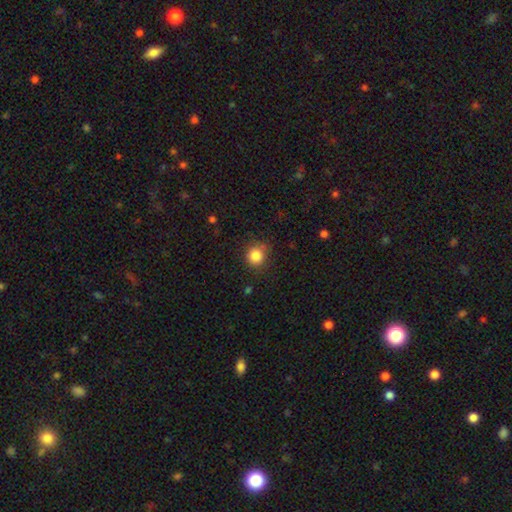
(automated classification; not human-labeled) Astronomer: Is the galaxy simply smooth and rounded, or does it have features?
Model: smooth — 85%.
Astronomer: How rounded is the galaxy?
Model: round — 87%.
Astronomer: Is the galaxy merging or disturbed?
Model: none — 79%.